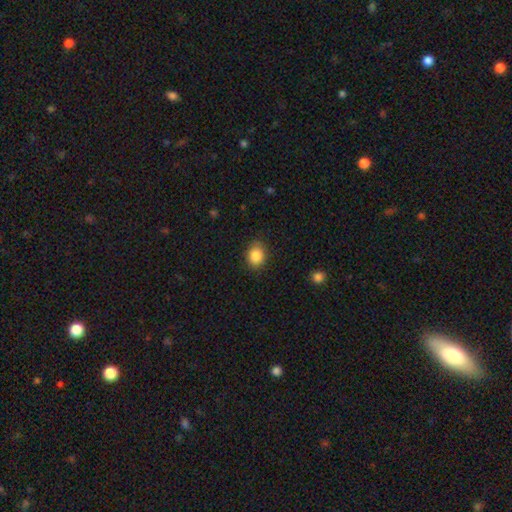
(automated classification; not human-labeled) The model was most divided on "how rounded": round: 53%, in between: 46%, cigar-shaped: 1%. More confident: smooth or featured — smooth (87%); merging — none (84%).